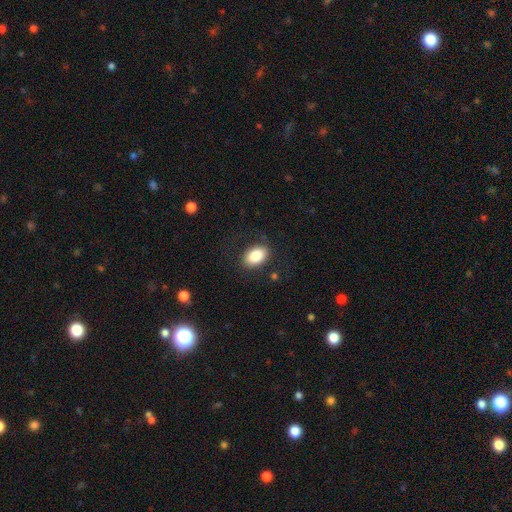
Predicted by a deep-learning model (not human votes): Smooth or featured: smooth — 86% (star or artifact — 7%)
How rounded: in between — 84% (round — 14%)
Merging: none — 82% (minor disturbance — 12%)